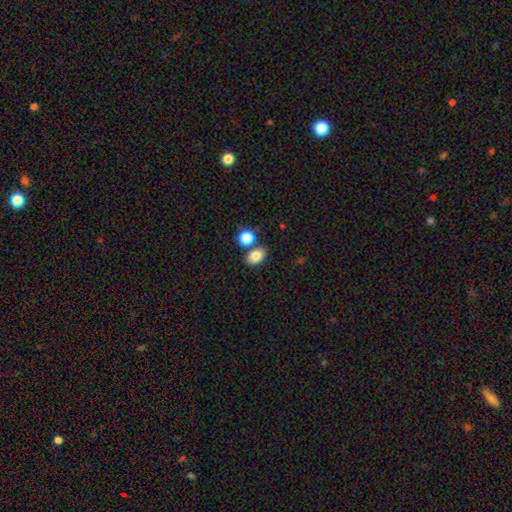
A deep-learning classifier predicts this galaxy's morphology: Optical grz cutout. It shows a smooth galaxy with no disk features (84%) that is in between round and cigar-shaped (69%). Merging: none (69%).